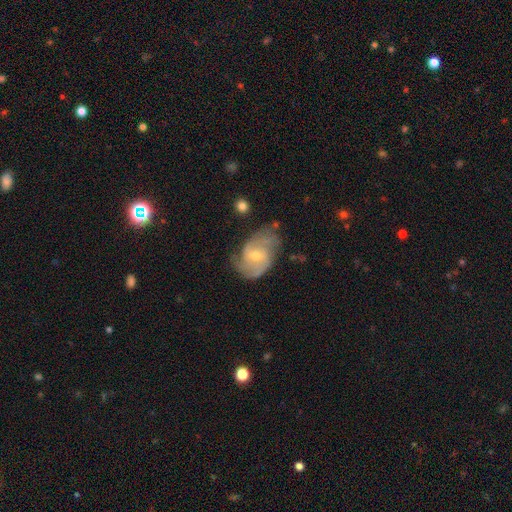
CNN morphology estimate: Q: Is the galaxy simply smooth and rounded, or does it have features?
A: featured or disk — 80%.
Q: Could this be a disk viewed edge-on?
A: no — 97%.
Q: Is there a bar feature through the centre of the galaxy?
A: weak — 48%.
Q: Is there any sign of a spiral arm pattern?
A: yes — 93%.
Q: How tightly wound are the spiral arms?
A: medium — 47%.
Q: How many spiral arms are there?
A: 2 — 58%.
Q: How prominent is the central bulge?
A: small — 49%.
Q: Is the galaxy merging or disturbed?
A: none — 61%.